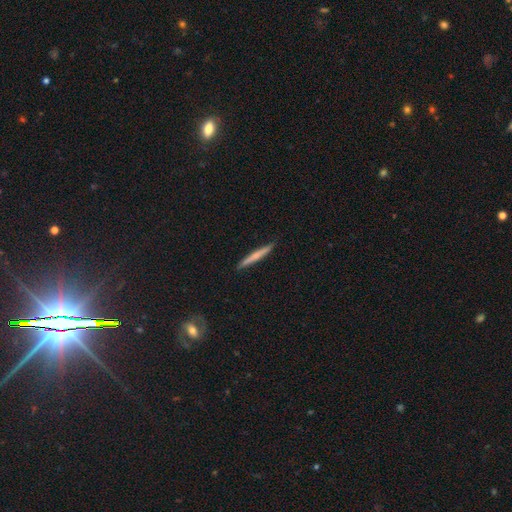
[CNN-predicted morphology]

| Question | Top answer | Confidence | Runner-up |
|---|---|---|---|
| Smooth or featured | smooth | 57% | featured or disk (37%) |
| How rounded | cigar-shaped | 96% | in between (2%) |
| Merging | none | 91% | minor disturbance (7%) |